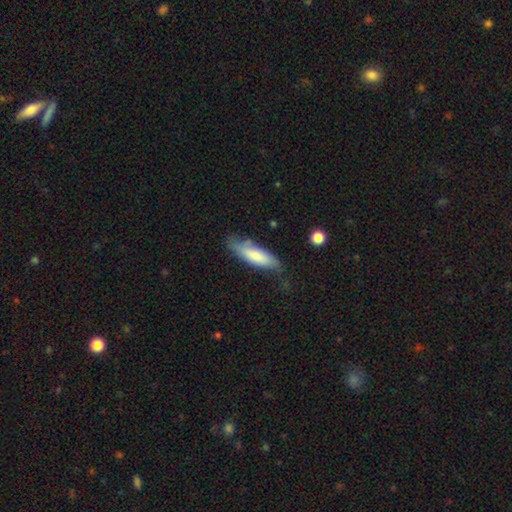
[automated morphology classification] Smooth or featured? Predicted: smooth (p=0.75). How rounded? Predicted: cigar-shaped (p=0.51). Merging? Predicted: none (p=0.59).